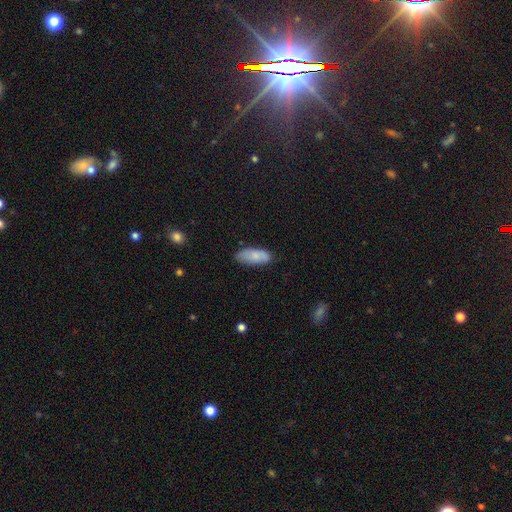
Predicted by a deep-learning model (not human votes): Smooth or featured? Predicted: smooth (p=0.82). How rounded? Predicted: in between (p=0.79). Merging? Predicted: none (p=0.76).